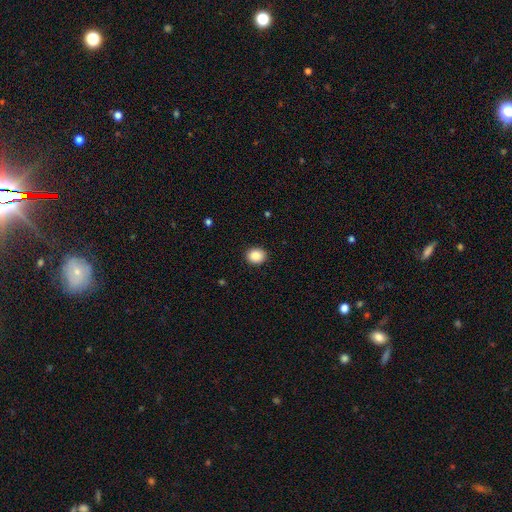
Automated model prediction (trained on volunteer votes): This appears to be a smooth galaxy with no disk features (89%) that is round (59%). Merging: none (90%).